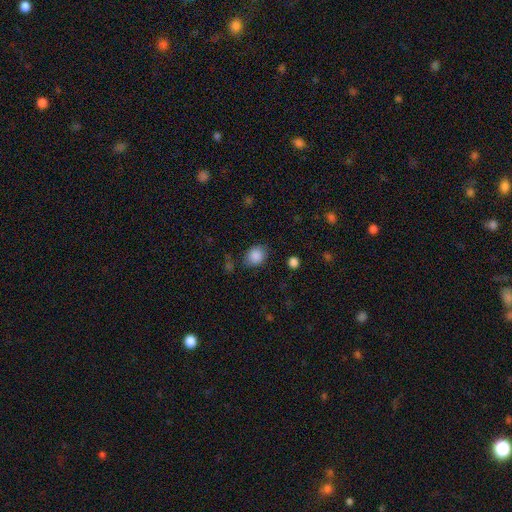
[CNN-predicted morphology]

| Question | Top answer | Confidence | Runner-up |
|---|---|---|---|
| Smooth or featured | smooth | 87% | star or artifact (9%) |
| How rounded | round | 57% | in between (42%) |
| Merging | none | 77% | minor disturbance (15%) |